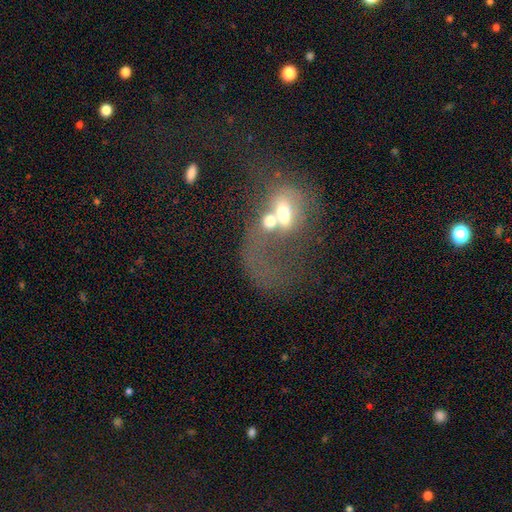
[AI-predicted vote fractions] A featured or disk galaxy (47%). Merging: merger (64%).